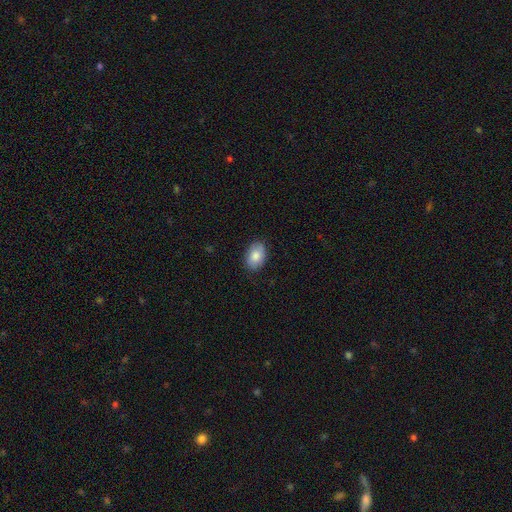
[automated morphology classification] Smooth or featured? Predicted: smooth (p=0.82). How rounded? Predicted: in between (p=0.86). Merging? Predicted: none (p=0.85).